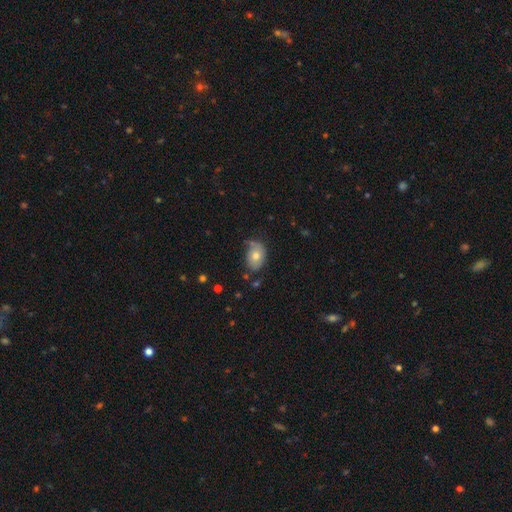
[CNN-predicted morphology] Smooth or featured? smooth (66%)
How rounded? in between (78%)
Merging? none (58%)